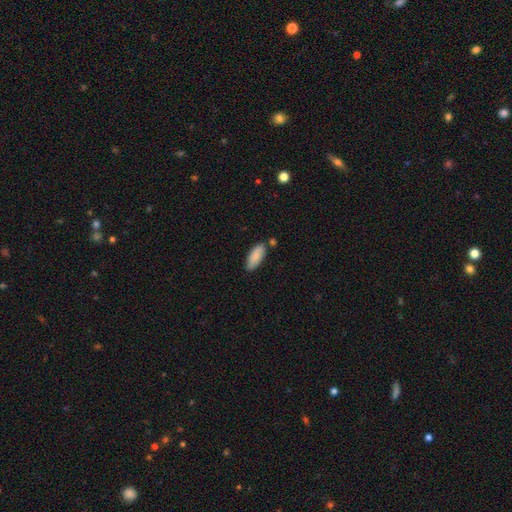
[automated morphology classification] A smooth galaxy with no disk features (85%) that is in between round and cigar-shaped (80%). Merging: none (76%).